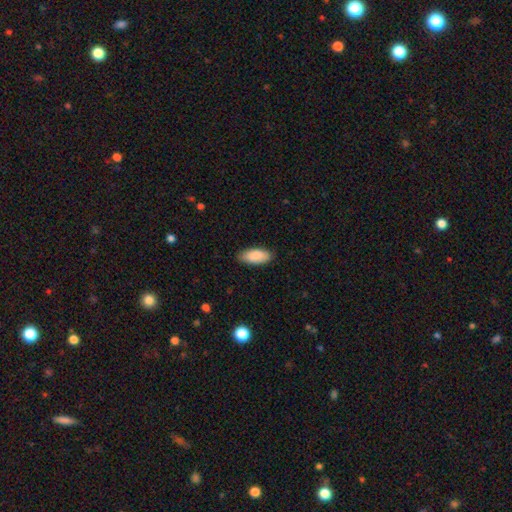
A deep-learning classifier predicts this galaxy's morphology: This is clearly a smooth galaxy (89%). How rounded: clearly in between (88%). Merging: clearly none (85%).